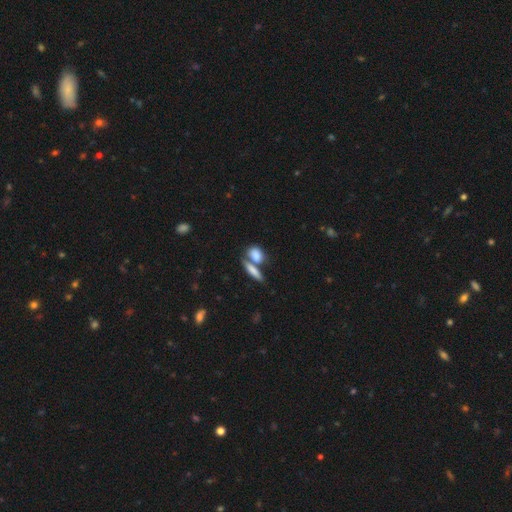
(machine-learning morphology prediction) Smooth or featured? smooth (80%)
How rounded? in between (58%)
Merging? none (44%)